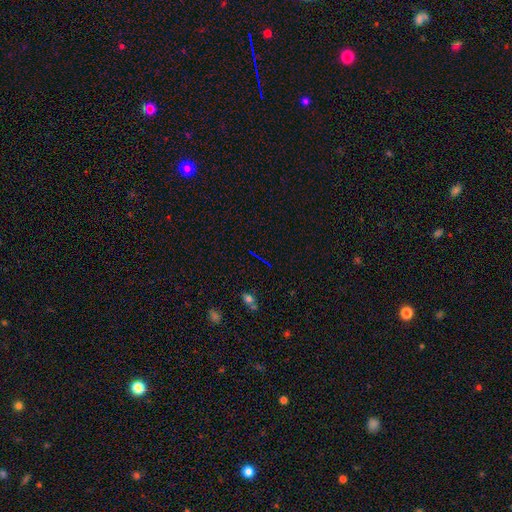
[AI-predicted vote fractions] star or artifact 68%, smooth 19%, featured or disk 13%.